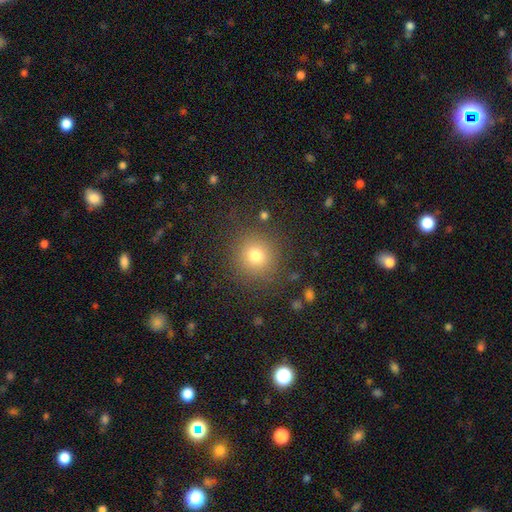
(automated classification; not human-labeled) Smooth or featured?
  - smooth: 76% *
  - star or artifact: 15%
  - featured or disk: 9%
How rounded?
  - round: 92% *
  - in between: 7%
  - cigar-shaped: 1%
Merging?
  - none: 87% *
  - minor disturbance: 8%
  - major disturbance: 4%
  - merger: 2%